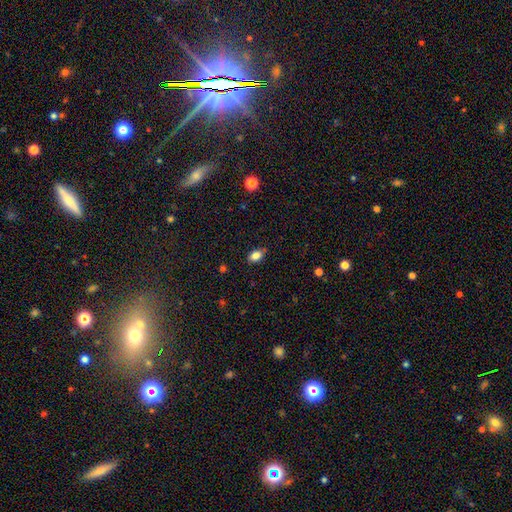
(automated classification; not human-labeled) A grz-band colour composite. It shows a smooth galaxy with no disk features (84%) that is in between round and cigar-shaped (87%). Merging: none (85%).